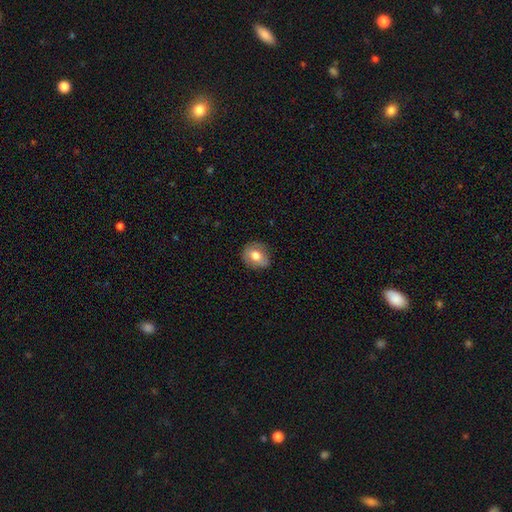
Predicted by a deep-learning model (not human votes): A smooth galaxy with no disk features (69%) that is round (63%). Merging: none (79%).